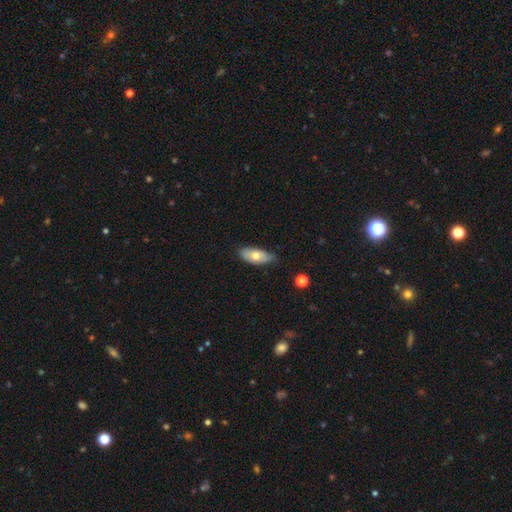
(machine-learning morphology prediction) A smooth galaxy with no disk features (65%) that is in between round and cigar-shaped (87%).

Vote fractions:
- Smooth or featured? smooth: 65% / featured or disk: 28% / star or artifact: 7%
- How rounded? in between: 87% / cigar-shaped: 10% / round: 4%
- Merging? none: 68% / minor disturbance: 27% / major disturbance: 4% / merger: 2%